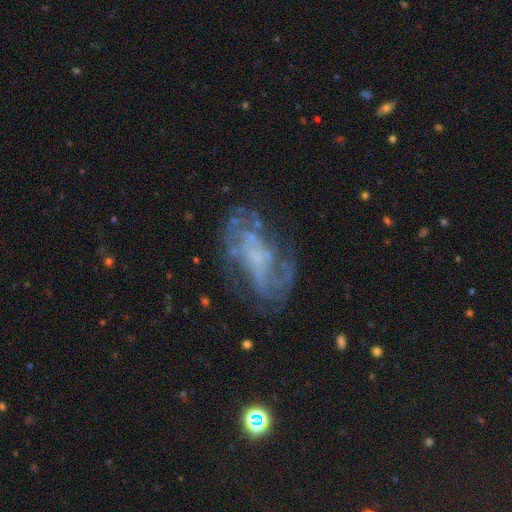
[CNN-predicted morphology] Smooth or featured?
  - featured or disk: 76% *
  - smooth: 13%
  - star or artifact: 10%
Edge-on disk?
  - no: 95% *
  - yes: 5%
Bar?
  - no: 65% *
  - weak: 26%
  - strong: 9%
Spiral arms?
  - yes: 75% *
  - no: 25%
Spiral winding?
  - medium: 41% *
  - tight: 34%
  - loose: 26%
Spiral arm count?
  - can't tell: 42% *
  - 2: 31%
  - 3: 12%
  - 4: 6%
  - 1: 5%
  - more than 4: 4%
Bulge size?
  - none: 43% *
  - small: 38%
  - moderate: 14%
  - large: 4%
  - dominant: 1%
Merging?
  - none: 60% *
  - minor disturbance: 19%
  - major disturbance: 18%
  - merger: 3%